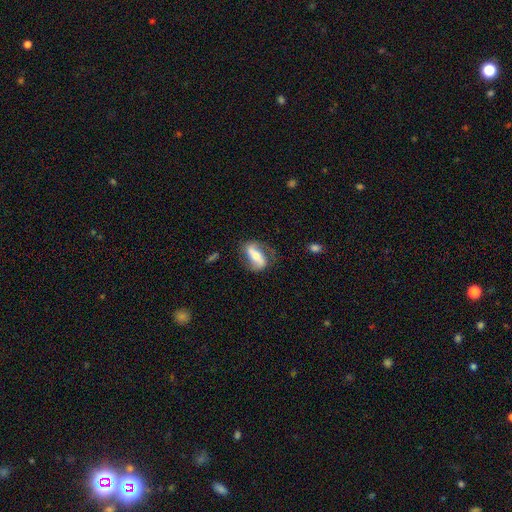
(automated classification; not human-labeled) Smooth or featured? featured or disk (71%)
Edge-on disk? no (90%)
Bar? strong (53%)
Spiral arms? yes (84%)
Spiral winding? loose (46%)
Spiral arm count? 2 (85%)
Bulge size? moderate (62%)
Merging? none (68%)